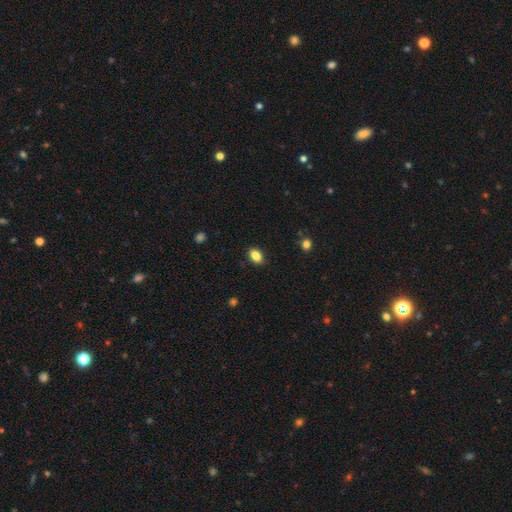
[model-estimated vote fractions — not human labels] This appears to be a smooth galaxy with no disk features (85%) that is in between round and cigar-shaped (86%). Merging: none (88%).